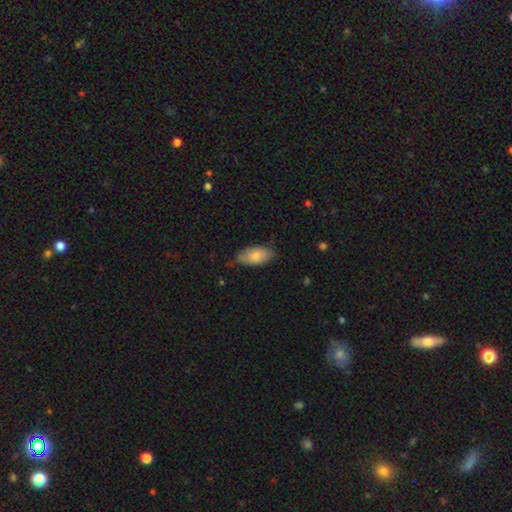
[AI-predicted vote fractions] smooth-or-featured: smooth: 77% | featured or disk: 17% | star or artifact: 6%
  how-rounded: in between: 92% | cigar-shaped: 5% | round: 3%
  merging: none: 71% | minor disturbance: 24% | major disturbance: 4% | merger: 1%